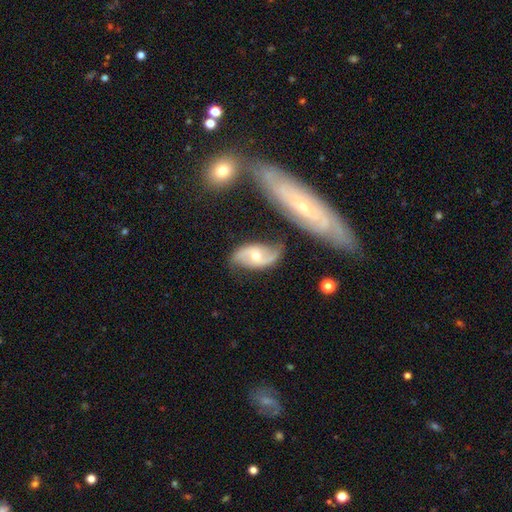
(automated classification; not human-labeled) This appears to be a featured or disk galaxy (77%) with no bar (55%), 2 (88%) loose (55%) spiral arms (91%) and a moderate central bulge (68%). Merging: none (68%).